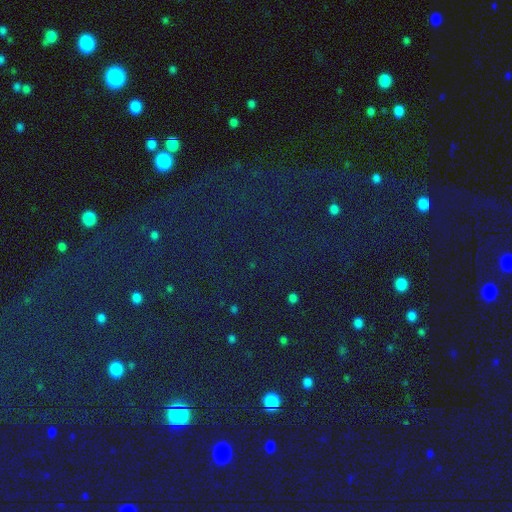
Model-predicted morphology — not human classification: This appears to be a star or artifact, not a galaxy (82%).